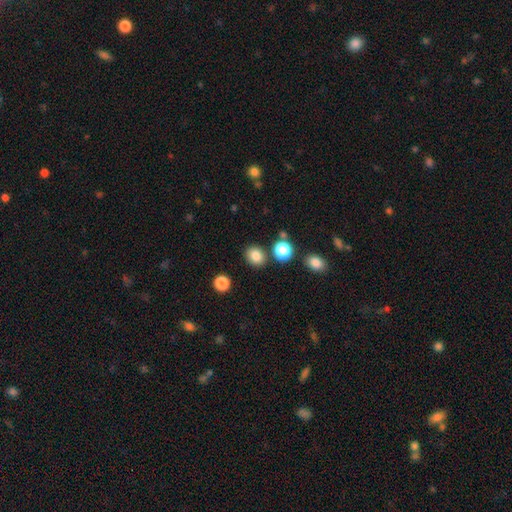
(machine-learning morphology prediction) smooth-or-featured: smooth: 84% | star or artifact: 12% | featured or disk: 5%
  how-rounded: round: 67% | in between: 32% | cigar-shaped: 1%
  merging: none: 83% | minor disturbance: 8% | merger: 6% | major disturbance: 3%